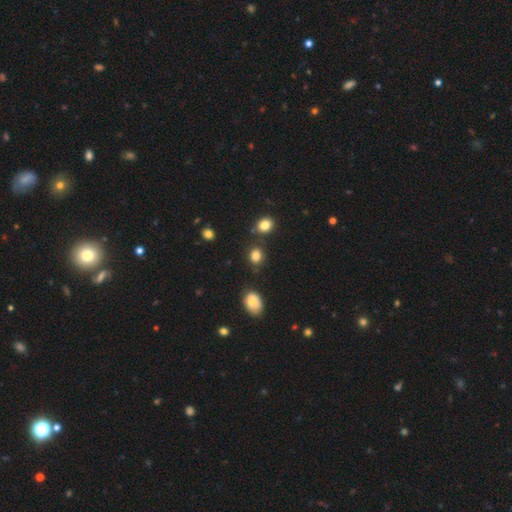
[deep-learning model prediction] Morphology: type=smooth (82%); roundness=round (56%); merging=none (78%).